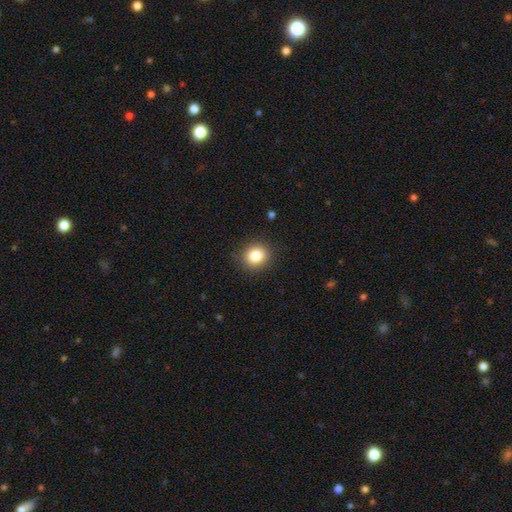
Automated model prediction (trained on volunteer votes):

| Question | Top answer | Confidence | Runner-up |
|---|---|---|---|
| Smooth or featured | smooth | 83% | star or artifact (11%) |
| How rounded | round | 80% | in between (19%) |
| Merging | none | 89% | minor disturbance (7%) |